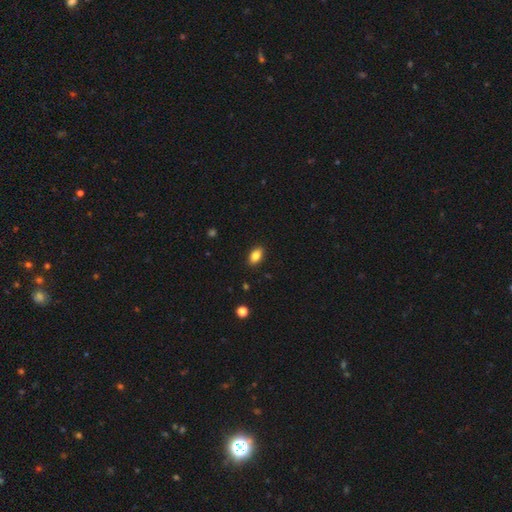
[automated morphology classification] smooth-or-featured: smooth: 84% | star or artifact: 9% | featured or disk: 8%
  how-rounded: in between: 88% | round: 9% | cigar-shaped: 3%
  merging: none: 89% | minor disturbance: 8% | major disturbance: 2% | merger: 1%